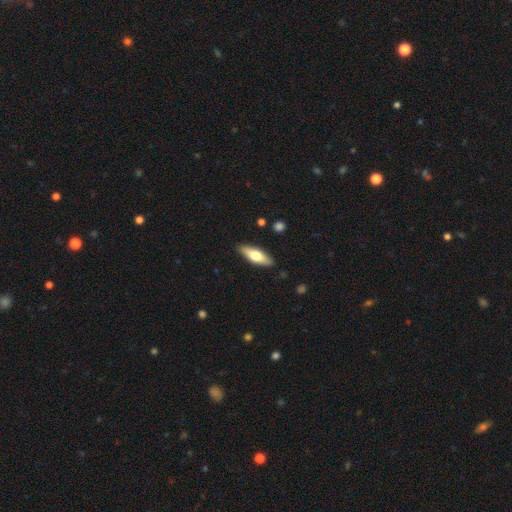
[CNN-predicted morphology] smooth_or_featured: smooth (p=0.61) [alt: featured or disk p=0.33]
how_rounded: in between (p=0.58) [alt: cigar-shaped p=0.40]
merging: none (p=0.88) [alt: minor disturbance p=0.09]